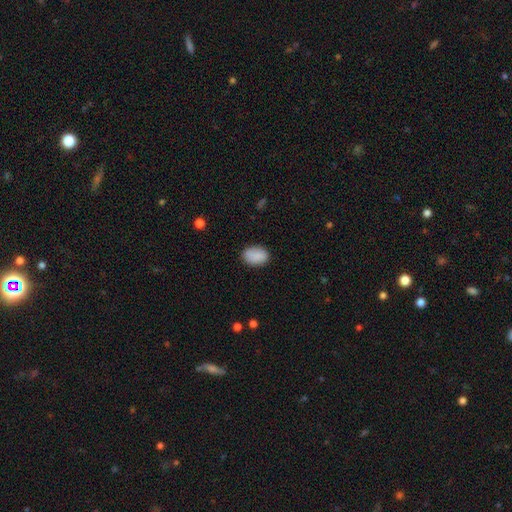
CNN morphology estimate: Smooth or featured?
  - smooth: 88% *
  - star or artifact: 7%
  - featured or disk: 5%
How rounded?
  - in between: 85% *
  - round: 14%
  - cigar-shaped: 1%
Merging?
  - none: 84% *
  - minor disturbance: 12%
  - major disturbance: 3%
  - merger: 1%